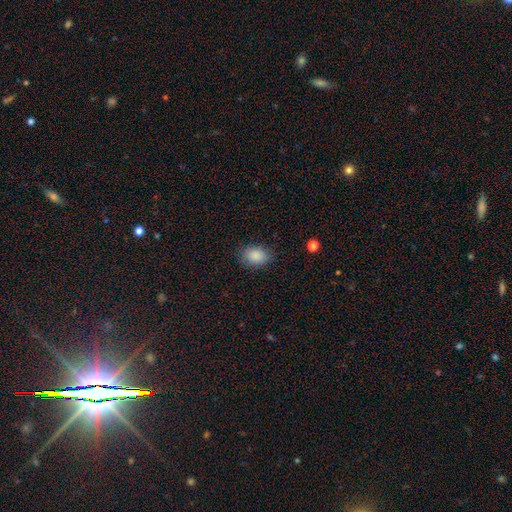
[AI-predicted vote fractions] Smooth or featured?
  - smooth: 88% *
  - star or artifact: 8%
  - featured or disk: 4%
How rounded?
  - in between: 76% *
  - round: 23%
  - cigar-shaped: 1%
Merging?
  - none: 82% *
  - minor disturbance: 13%
  - major disturbance: 4%
  - merger: 1%